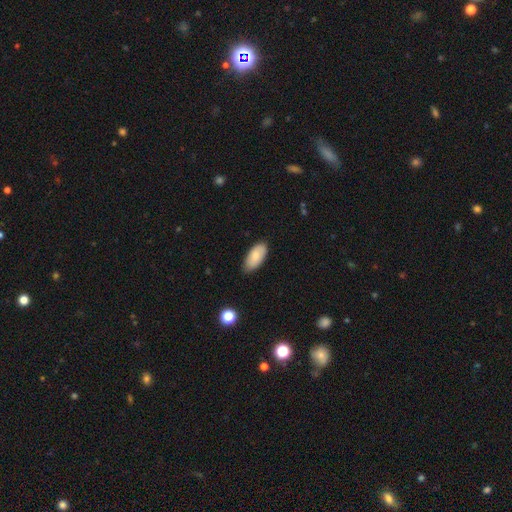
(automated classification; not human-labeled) Smooth or featured? Predicted: smooth (p=0.82). How rounded? Predicted: in between (p=0.93). Merging? Predicted: none (p=0.79).